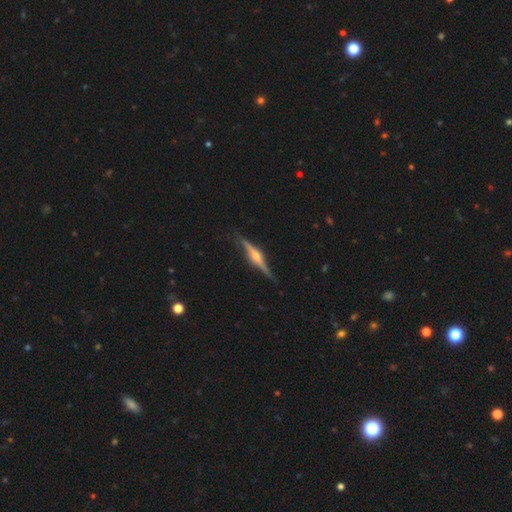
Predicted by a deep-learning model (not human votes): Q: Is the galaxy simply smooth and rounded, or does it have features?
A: featured or disk — 86%.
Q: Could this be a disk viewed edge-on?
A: yes — 97%.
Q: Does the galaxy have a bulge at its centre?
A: rounded — 91%.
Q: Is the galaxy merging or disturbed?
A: none — 84%.